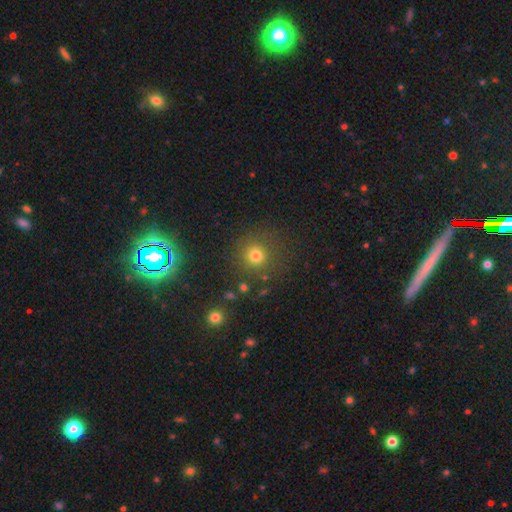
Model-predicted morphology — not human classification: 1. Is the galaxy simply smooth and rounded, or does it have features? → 76% smooth, 17% star or artifact, 7% featured or disk.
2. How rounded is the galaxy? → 92% round, 7% in between, 1% cigar-shaped.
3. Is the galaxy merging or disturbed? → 83% none, 9% minor disturbance, 4% major disturbance, 4% merger.